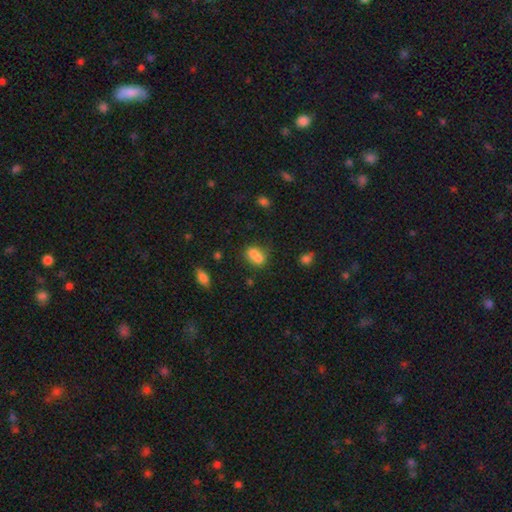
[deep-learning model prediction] Smooth or featured?
  - smooth: 74% *
  - featured or disk: 15%
  - star or artifact: 11%
How rounded?
  - in between: 63% *
  - round: 34%
  - cigar-shaped: 2%
Merging?
  - merger: 54% *
  - none: 29%
  - minor disturbance: 12%
  - major disturbance: 5%